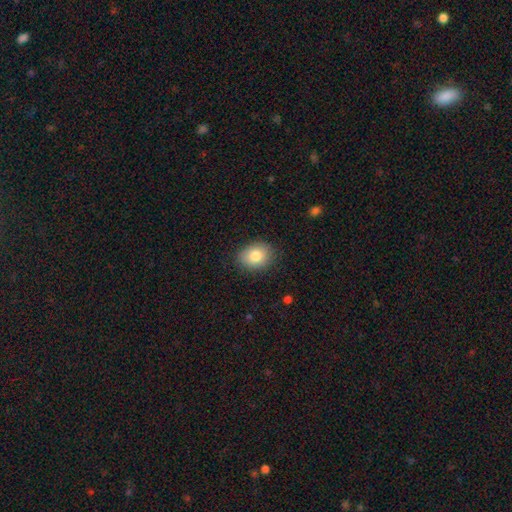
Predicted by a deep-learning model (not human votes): Smooth or featured? Predicted: smooth (p=0.82). How rounded? Predicted: in between (p=0.61). Merging? Predicted: none (p=0.85).